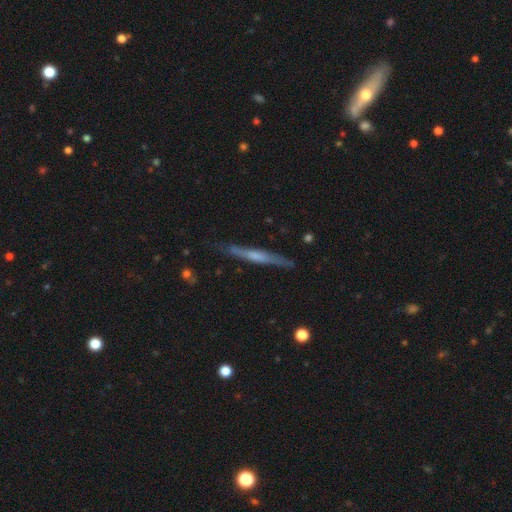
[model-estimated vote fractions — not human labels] The model was most divided on "edge-on bulge": none: 49%, rounded: 32%, boxy: 19%. More confident: edge-on disk — yes (95%); merging — none (82%); smooth or featured — featured or disk (58%).